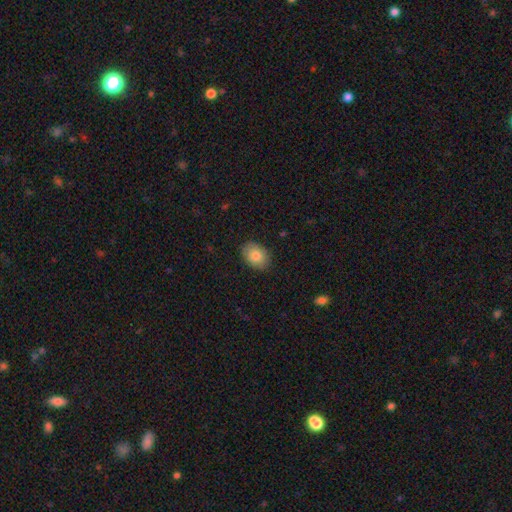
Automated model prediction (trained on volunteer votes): This appears to be a smooth galaxy with no disk features (82%) that is in between round and cigar-shaped (76%). Merging: none (88%).